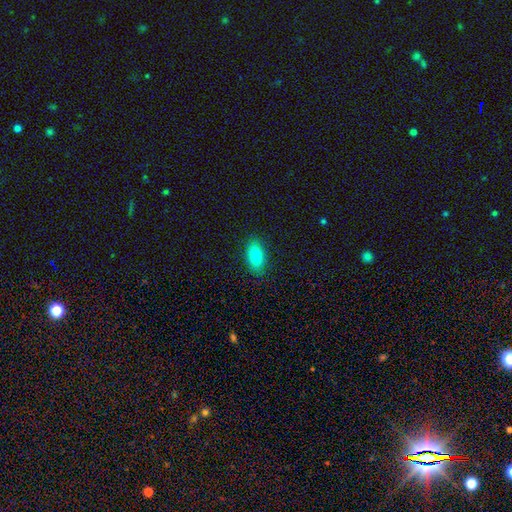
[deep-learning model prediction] A smooth galaxy with no disk features (84%) that is in between round and cigar-shaped (88%). Merging: none (88%).